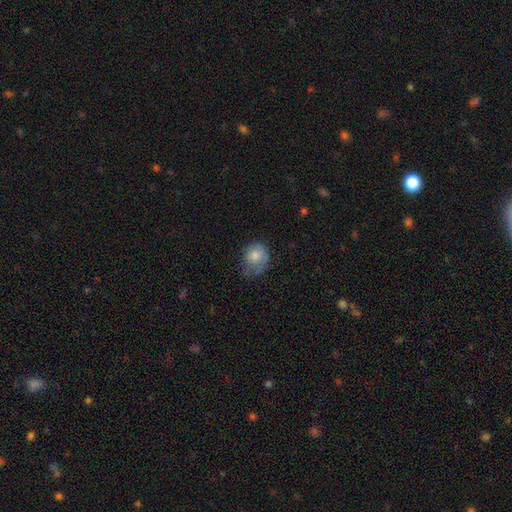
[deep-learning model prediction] Smooth or featured? Predicted: smooth (p=0.75). How rounded? Predicted: round (p=0.59). Merging? Predicted: minor disturbance (p=0.38).